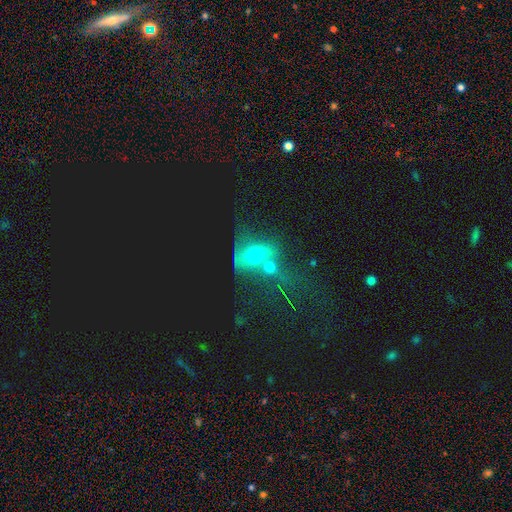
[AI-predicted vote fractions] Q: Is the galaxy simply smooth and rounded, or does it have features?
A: smooth — 45%.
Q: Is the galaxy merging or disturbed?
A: merger — 63%.